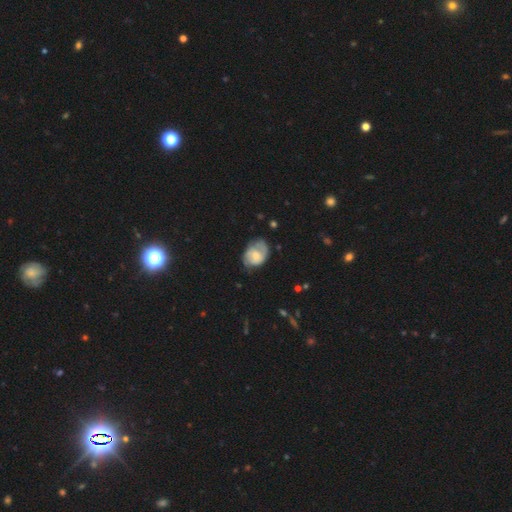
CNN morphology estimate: Smooth or featured? Predicted: featured or disk (p=0.49). Merging? Predicted: none (p=0.53).